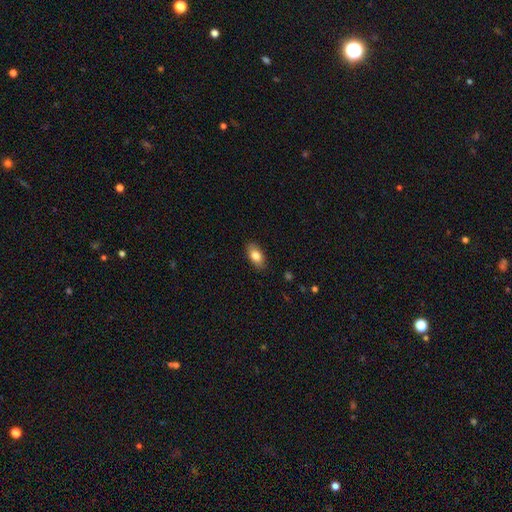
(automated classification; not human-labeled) The model was most divided on "smooth or featured": smooth: 81%, featured or disk: 12%, star or artifact: 7%. More confident: how rounded — in between (90%); merging — none (87%).